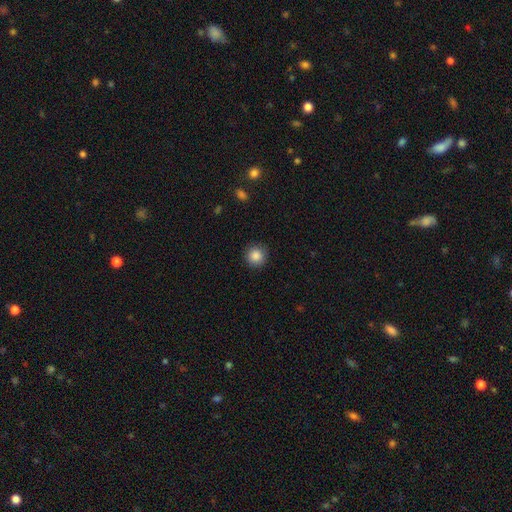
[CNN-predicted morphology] Smooth or featured? smooth (87%)
How rounded? round (95%)
Merging? none (90%)